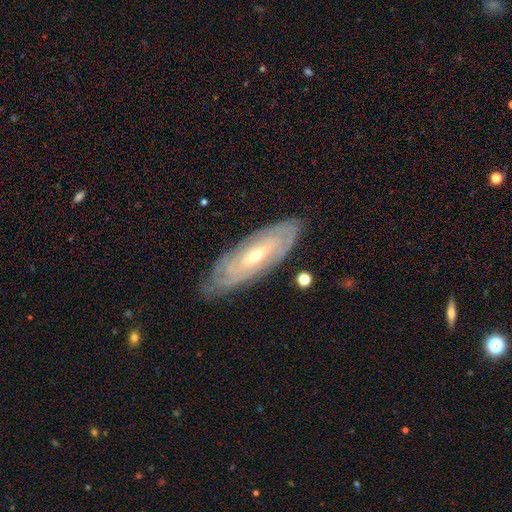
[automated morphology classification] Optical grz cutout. It shows a featured or disk galaxy (81%) with no bar (48%), tight (79%) spiral arms (90%) and a small central bulge (55%). Merging: none (81%).